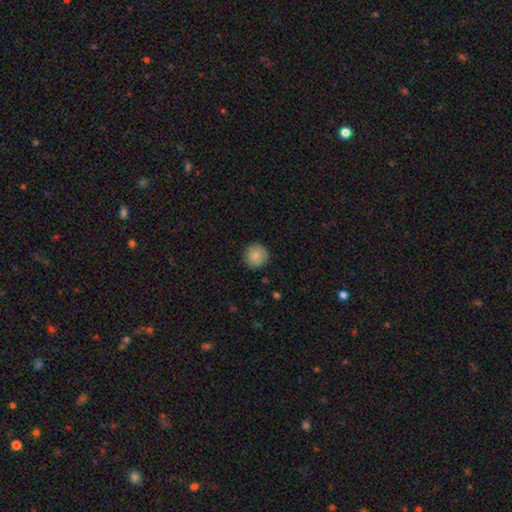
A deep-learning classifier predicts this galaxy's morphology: A smooth galaxy with no disk features (87%) that is round (95%). Merging: none (90%).